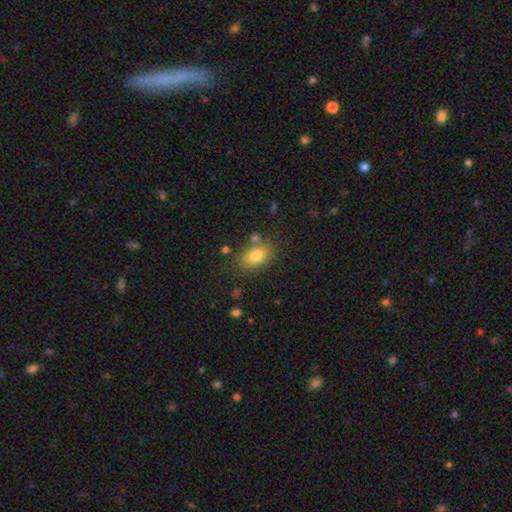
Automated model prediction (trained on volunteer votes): smooth-or-featured: smooth: 80% | featured or disk: 11% | star or artifact: 9%
  how-rounded: in between: 87% | round: 11% | cigar-shaped: 2%
  merging: none: 74% | minor disturbance: 15% | merger: 7% | major disturbance: 4%